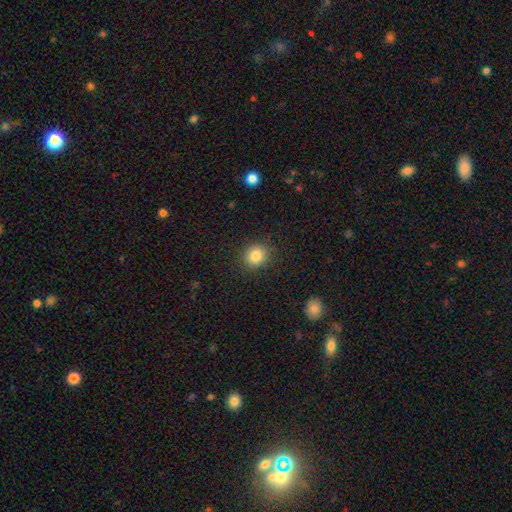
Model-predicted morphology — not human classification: smooth-or-featured: smooth: 84% | star or artifact: 10% | featured or disk: 6%
  how-rounded: round: 76% | in between: 23% | cigar-shaped: 1%
  merging: none: 88% | minor disturbance: 8% | major disturbance: 3% | merger: 1%